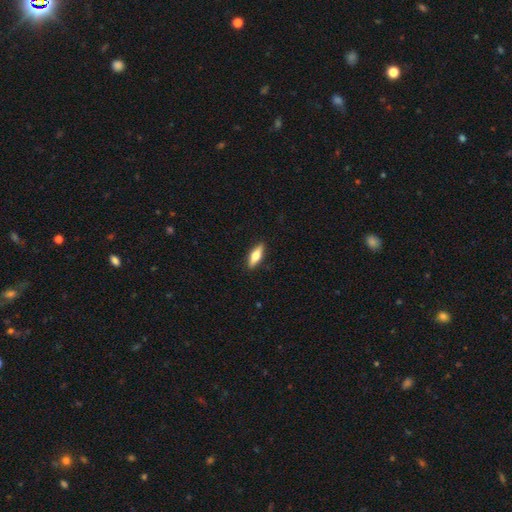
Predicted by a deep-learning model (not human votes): A smooth galaxy with no disk features (59%) that is in between round and cigar-shaped (54%).

Vote fractions:
- Smooth or featured? smooth: 59% / featured or disk: 35% / star or artifact: 6%
- How rounded? in between: 54% / cigar-shaped: 43% / round: 3%
- Merging? none: 90% / minor disturbance: 8% / major disturbance: 2% / merger: 1%